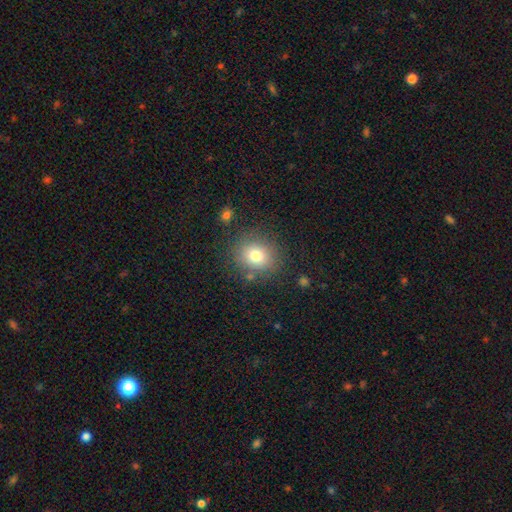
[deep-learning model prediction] Overall: smooth (77%). How rounded: round (75%). Merging: none (82%).